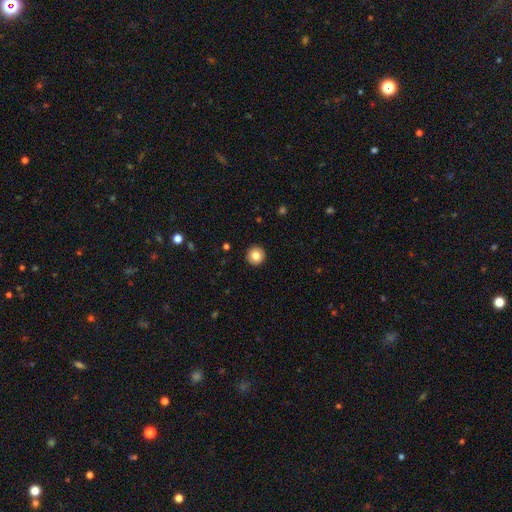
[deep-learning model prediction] smooth 83%, star or artifact 9%, featured or disk 7%. Down the decision tree: how rounded — round (96%); merging — none (93%).